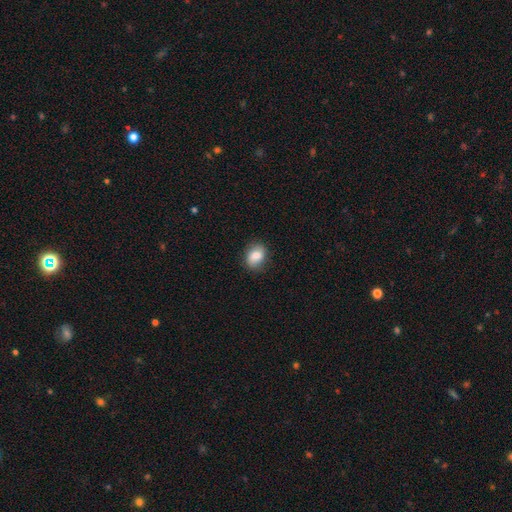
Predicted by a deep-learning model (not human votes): A smooth galaxy with no disk features (81%) that is in between round and cigar-shaped (63%). Merging: none (79%).